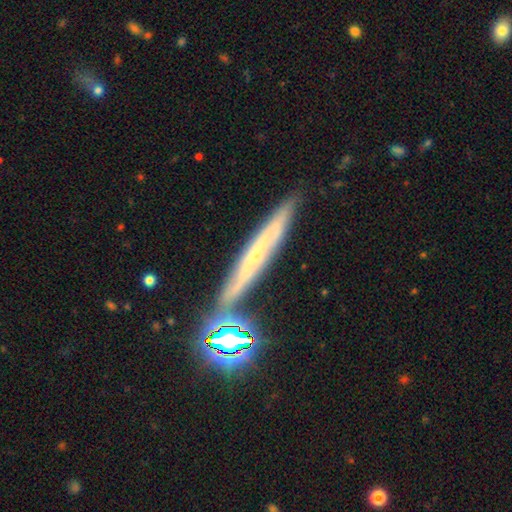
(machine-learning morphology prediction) This is possibly a featured or disk galaxy (52%). It is clearly viewed edge-on (84%). Merging: likely none (79%).